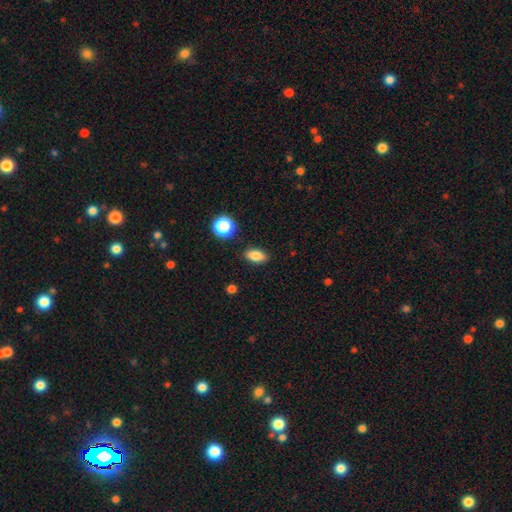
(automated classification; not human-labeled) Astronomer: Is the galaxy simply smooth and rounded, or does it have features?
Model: smooth — 82%.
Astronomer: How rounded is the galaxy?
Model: in between — 84%.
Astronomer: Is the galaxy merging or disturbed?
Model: none — 87%.